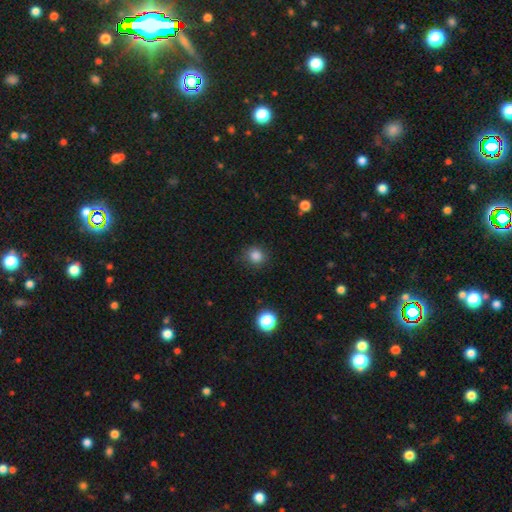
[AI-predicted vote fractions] Smooth or featured?
  - smooth: 84% *
  - star or artifact: 12%
  - featured or disk: 4%
How rounded?
  - round: 87% *
  - in between: 12%
  - cigar-shaped: 1%
Merging?
  - none: 85% *
  - minor disturbance: 10%
  - major disturbance: 3%
  - merger: 1%